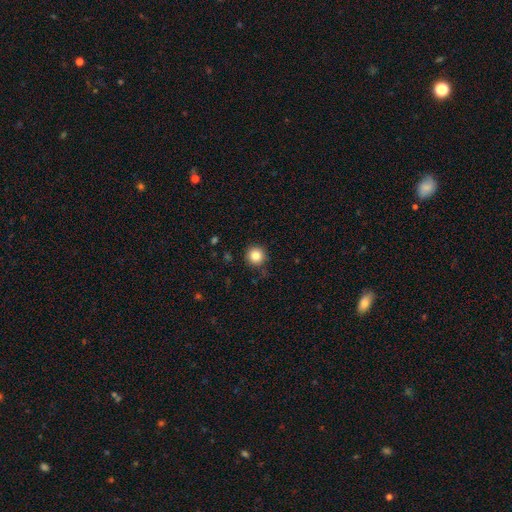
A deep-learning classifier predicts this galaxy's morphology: type=smooth (83%); roundness=round (96%); merging=none (89%).